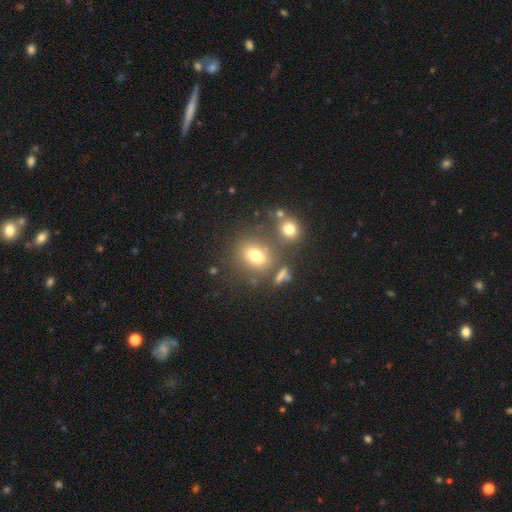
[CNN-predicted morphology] A smooth galaxy with no disk features (73%) that is in between round and cigar-shaped (53%). Merging: none (66%).